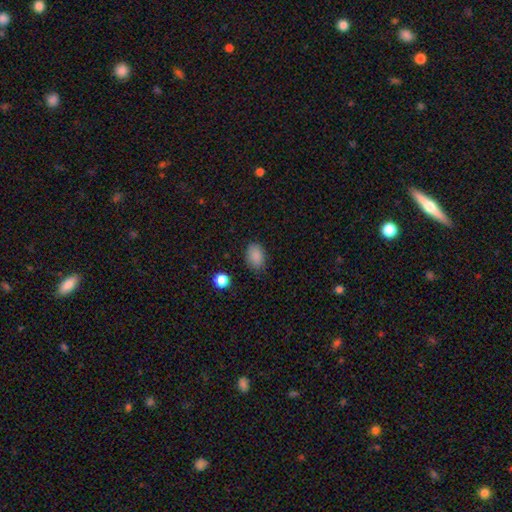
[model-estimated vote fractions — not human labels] Smooth or featured? smooth (87%)
How rounded? in between (81%)
Merging? none (81%)